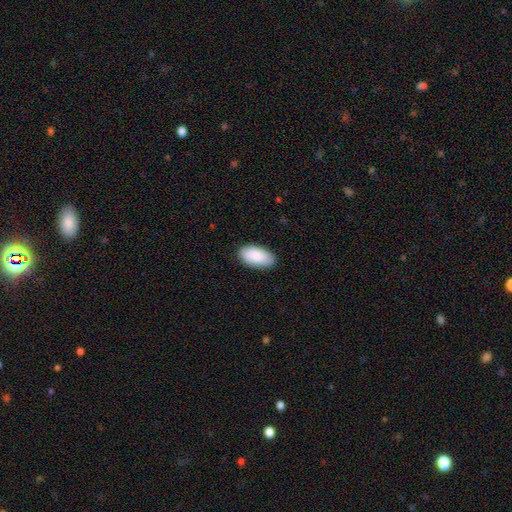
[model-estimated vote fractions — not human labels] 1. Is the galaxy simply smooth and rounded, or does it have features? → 85% smooth, 9% featured or disk, 6% star or artifact.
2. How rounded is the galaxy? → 95% in between, 3% round, 2% cigar-shaped.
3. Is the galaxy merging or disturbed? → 84% none, 12% minor disturbance, 2% major disturbance, 1% merger.